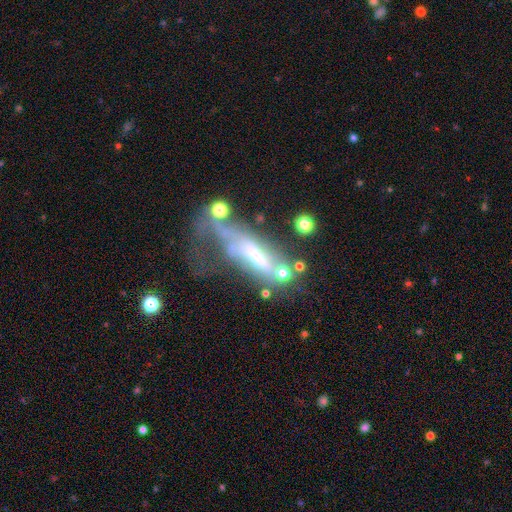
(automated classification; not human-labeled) Smooth or featured? Predicted: featured or disk (p=0.59). Edge-on disk? Predicted: no (p=0.63). Merging? Predicted: major disturbance (p=0.45).